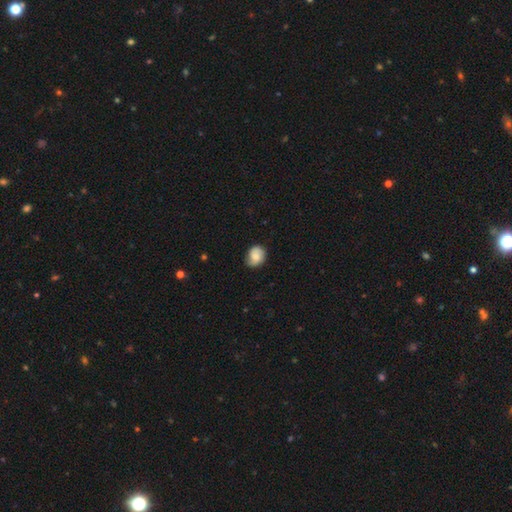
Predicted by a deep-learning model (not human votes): smooth_or_featured: smooth (p=0.64) [alt: featured or disk p=0.28]
how_rounded: round (p=0.59) [alt: in between p=0.40]
merging: none (p=0.67) [alt: minor disturbance p=0.26]